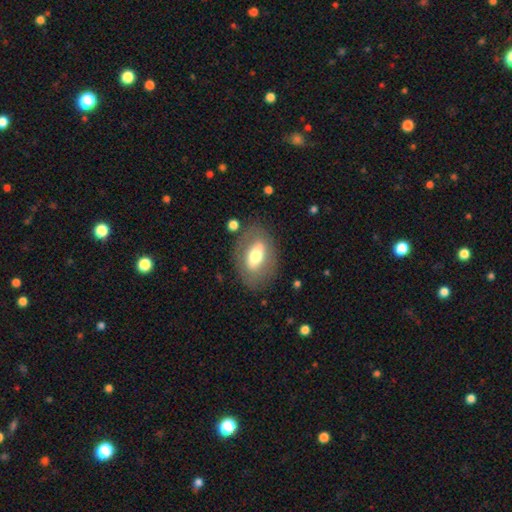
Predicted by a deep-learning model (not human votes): Smooth or featured? Predicted: smooth (p=0.51). How rounded? Predicted: in between (p=0.86). Merging? Predicted: none (p=0.77).